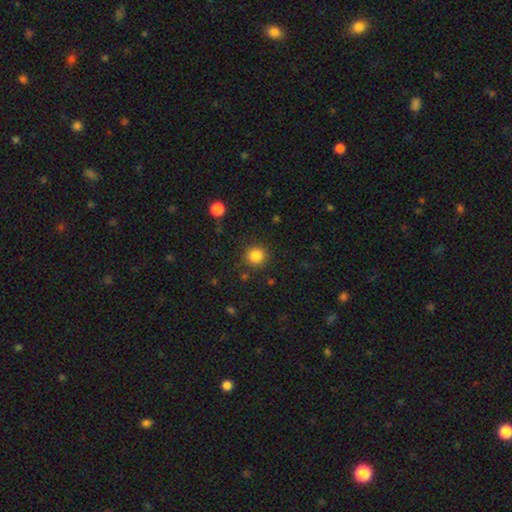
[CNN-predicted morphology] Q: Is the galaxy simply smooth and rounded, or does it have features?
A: smooth — 85%.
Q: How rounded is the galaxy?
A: round — 93%.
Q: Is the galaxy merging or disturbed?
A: none — 88%.